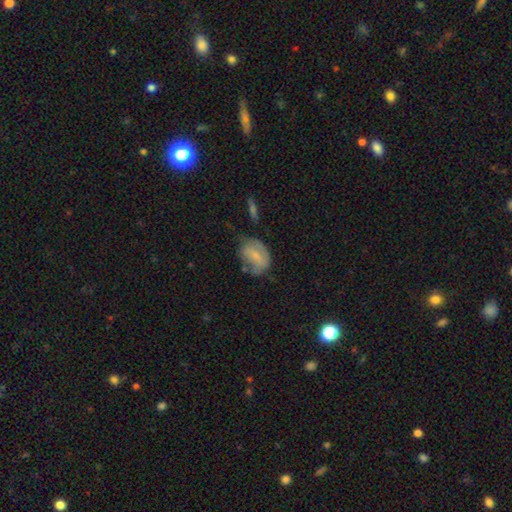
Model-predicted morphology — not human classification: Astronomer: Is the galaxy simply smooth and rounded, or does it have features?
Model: smooth — 59%.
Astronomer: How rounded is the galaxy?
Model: in between — 72%.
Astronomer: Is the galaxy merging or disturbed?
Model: none — 45% (runner-up: minor disturbance, 33%).